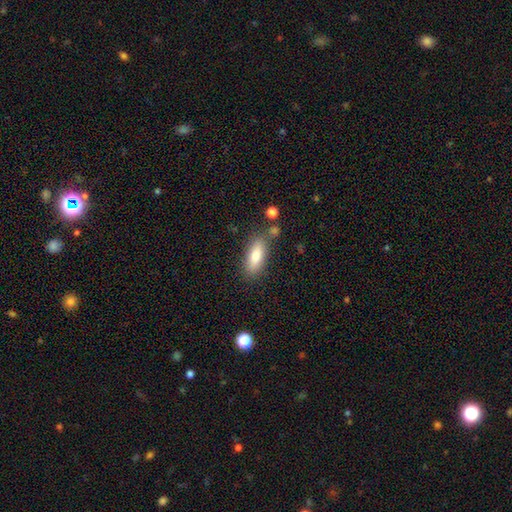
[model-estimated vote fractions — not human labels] A smooth galaxy with no disk features (77%) that is in between round and cigar-shaped (72%).

Vote fractions:
- Smooth or featured? smooth: 77% / featured or disk: 15% / star or artifact: 7%
- How rounded? in between: 72% / cigar-shaped: 26% / round: 3%
- Merging? none: 76% / minor disturbance: 14% / merger: 7% / major disturbance: 4%